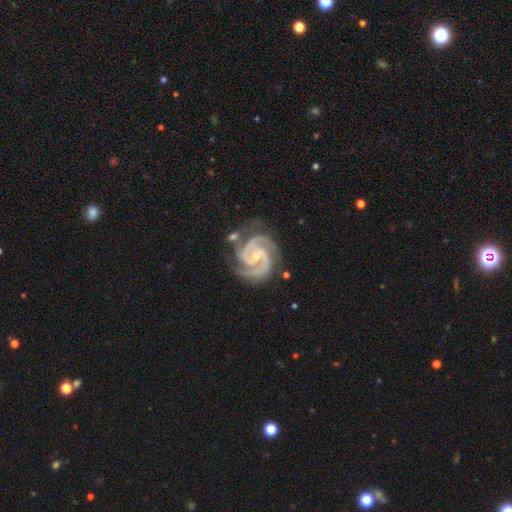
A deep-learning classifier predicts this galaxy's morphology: Smooth or featured? Predicted: featured or disk (p=0.94). Edge-on disk? Predicted: no (p=0.98). Bar? Predicted: no (p=0.51). Spiral arms? Predicted: yes (p=0.99). Spiral winding? Predicted: tight (p=0.59). Spiral arm count? Predicted: 2 (p=0.48). Bulge size? Predicted: small (p=0.73). Merging? Predicted: none (p=0.69).